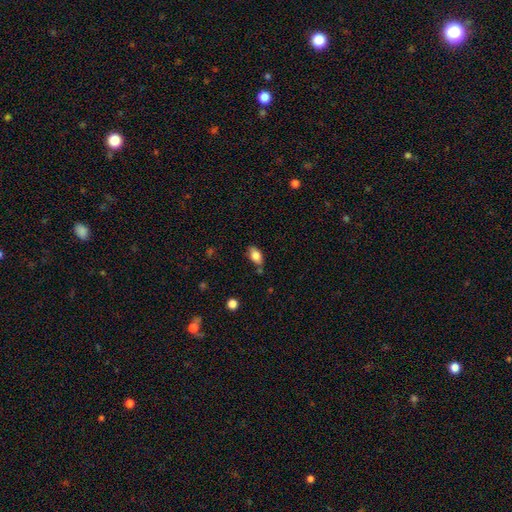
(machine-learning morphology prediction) This appears to be a smooth galaxy with no disk features (83%) that is in between round and cigar-shaped (90%). Merging: none (68%).